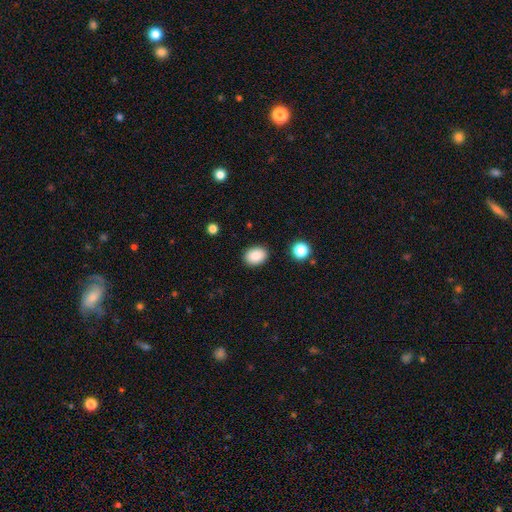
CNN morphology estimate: smooth-or-featured: smooth: 86% | star or artifact: 8% | featured or disk: 5%
  how-rounded: in between: 68% | round: 31% | cigar-shaped: 1%
  merging: none: 88% | minor disturbance: 8% | major disturbance: 2% | merger: 2%